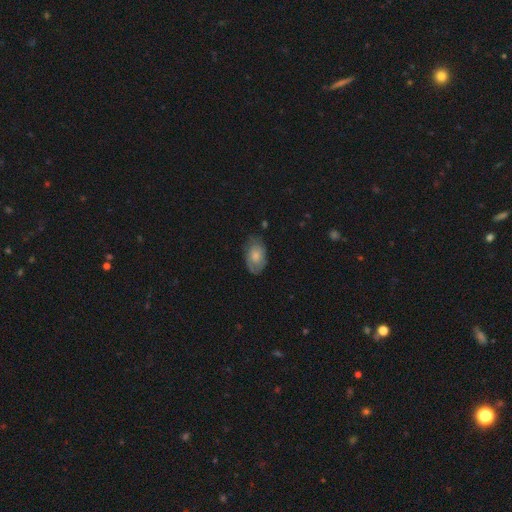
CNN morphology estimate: Q: Smooth or featured?
A: smooth (56%); runner-up: featured or disk (37%)
Q: How rounded?
A: in between (90%); runner-up: round (8%)
Q: Merging?
A: none (67%); runner-up: minor disturbance (24%)